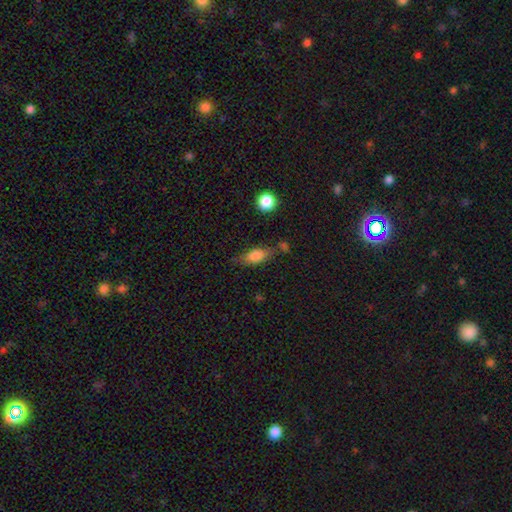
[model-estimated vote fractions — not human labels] smooth_or_featured: smooth (p=0.75) [alt: featured or disk p=0.17]
how_rounded: in between (p=0.76) [alt: cigar-shaped p=0.18]
merging: none (p=0.58) [alt: minor disturbance p=0.24]